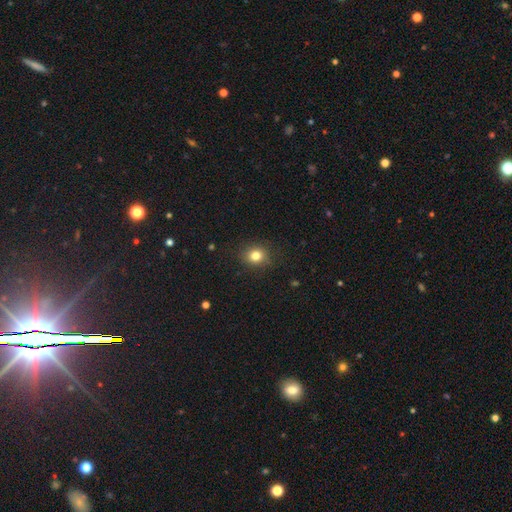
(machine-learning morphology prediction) Overall: smooth (81%). How rounded: round (77%). Merging: none (86%).